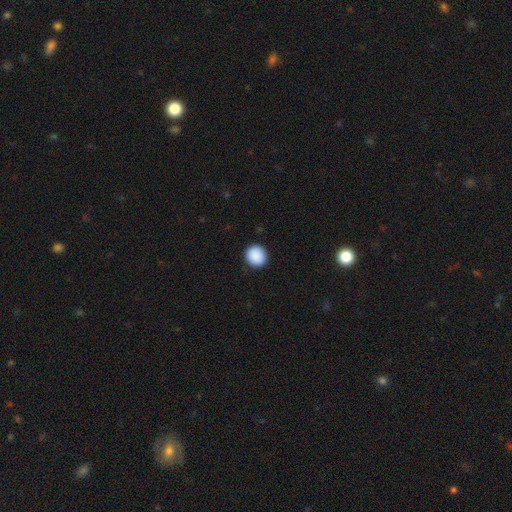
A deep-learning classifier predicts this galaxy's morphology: Q: Smooth or featured?
A: smooth (90%); runner-up: star or artifact (8%)
Q: How rounded?
A: round (89%); runner-up: in between (10%)
Q: Merging?
A: none (92%); runner-up: minor disturbance (6%)